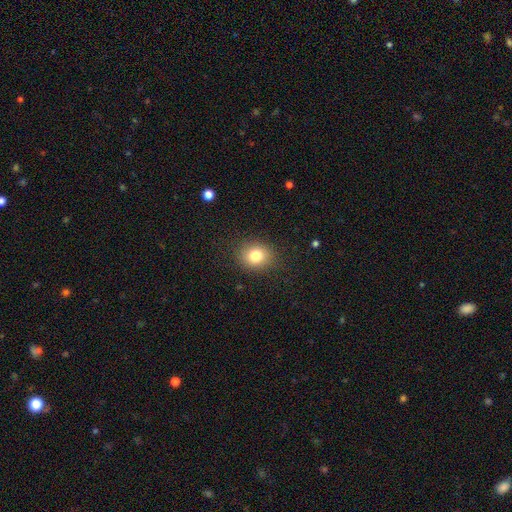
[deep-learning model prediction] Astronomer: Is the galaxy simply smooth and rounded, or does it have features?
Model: smooth — 80%.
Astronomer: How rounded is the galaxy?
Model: round — 68%.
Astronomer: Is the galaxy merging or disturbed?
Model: none — 88%.